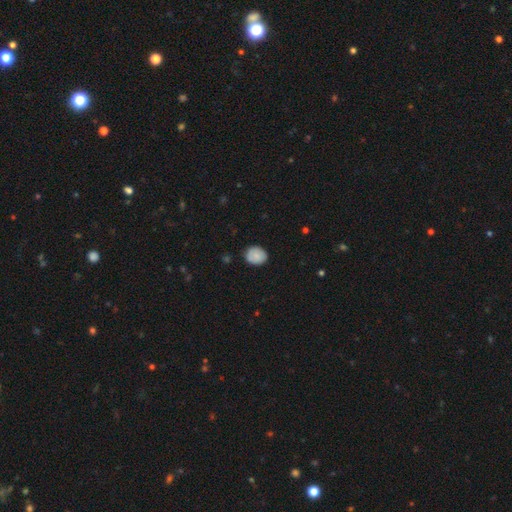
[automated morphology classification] smooth-or-featured: smooth: 82% | featured or disk: 10% | star or artifact: 8%
  how-rounded: round: 57% | in between: 42% | cigar-shaped: 1%
  merging: none: 81% | minor disturbance: 15% | major disturbance: 3% | merger: 1%